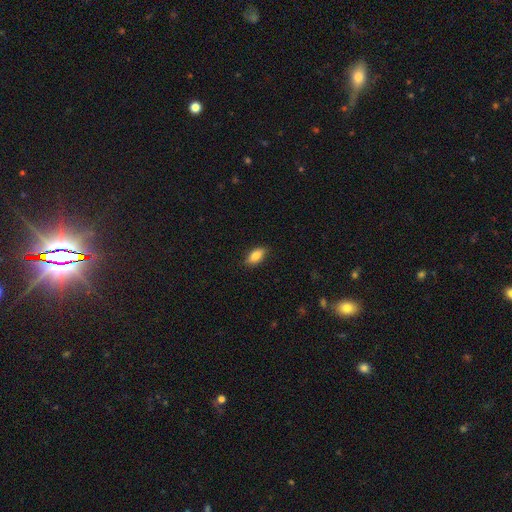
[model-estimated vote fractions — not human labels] Q: Smooth or featured?
A: smooth (84%); runner-up: featured or disk (9%)
Q: How rounded?
A: in between (88%); runner-up: cigar-shaped (8%)
Q: Merging?
A: none (86%); runner-up: minor disturbance (11%)